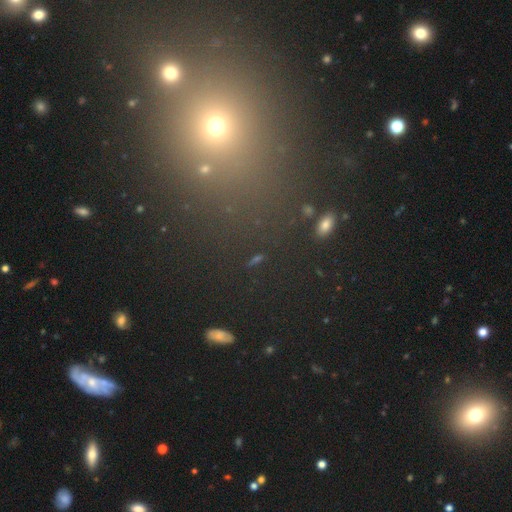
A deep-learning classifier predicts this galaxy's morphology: A star or artifact, not a galaxy (51%).